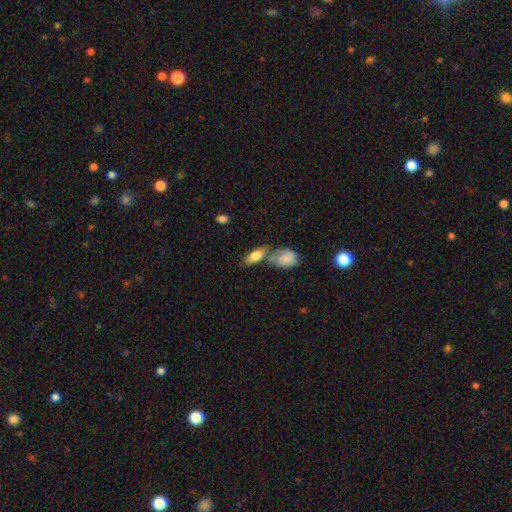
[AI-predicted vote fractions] Smooth or featured?
  - smooth: 79% *
  - featured or disk: 15%
  - star or artifact: 6%
How rounded?
  - in between: 85% *
  - cigar-shaped: 12%
  - round: 4%
Merging?
  - merger: 43% *
  - none: 39%
  - minor disturbance: 12%
  - major disturbance: 5%